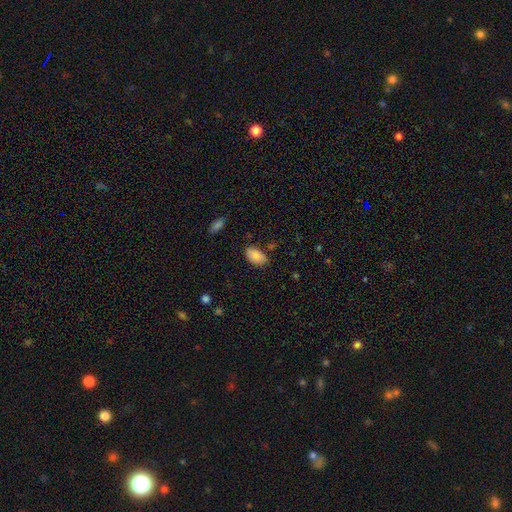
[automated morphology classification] This is clearly a smooth galaxy (84%). How rounded: clearly in between (94%). Merging: likely none (75%).